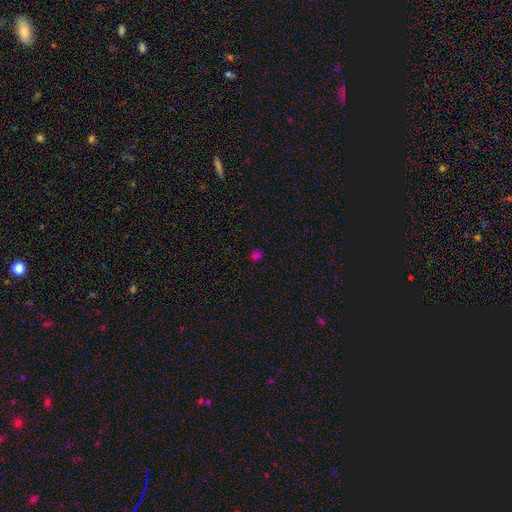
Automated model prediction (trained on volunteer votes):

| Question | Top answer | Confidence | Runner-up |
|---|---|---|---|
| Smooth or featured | smooth | 61% | star or artifact (34%) |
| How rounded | round | 75% | in between (23%) |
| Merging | none | 80% | minor disturbance (12%) |